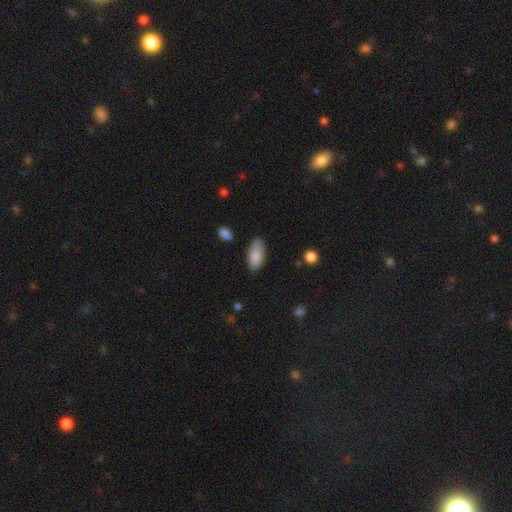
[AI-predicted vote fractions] The model was most divided on "merging": none: 78%, minor disturbance: 17%, major disturbance: 3%, merger: 2%. More confident: how rounded — in between (93%); smooth or featured — smooth (87%).